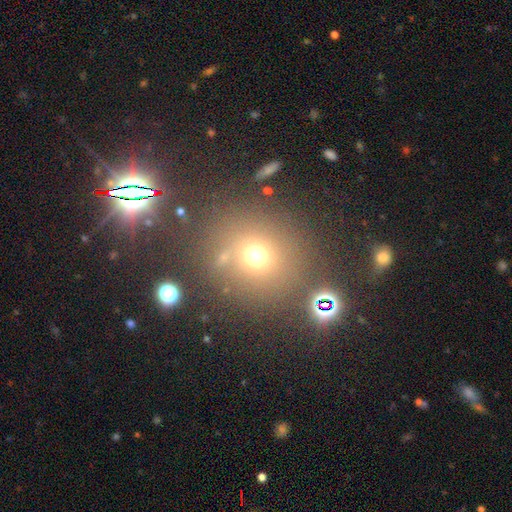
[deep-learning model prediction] smooth 65%, star or artifact 24%, featured or disk 10%. Down the decision tree: how rounded — round (85%); merging — none (76%).